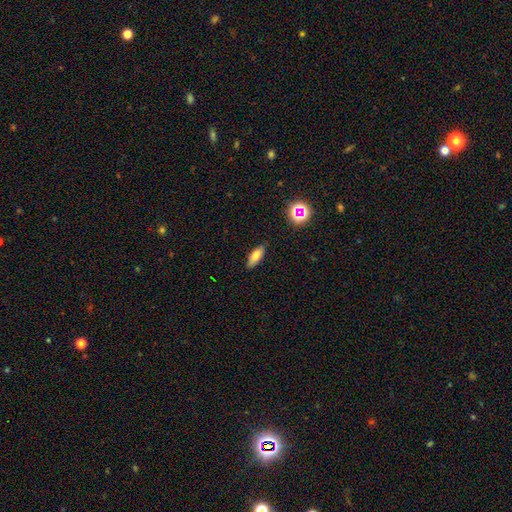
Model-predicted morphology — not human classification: Q: Smooth or featured?
A: smooth (75%); runner-up: featured or disk (14%)
Q: How rounded?
A: in between (73%); runner-up: cigar-shaped (24%)
Q: Merging?
A: none (86%); runner-up: minor disturbance (11%)